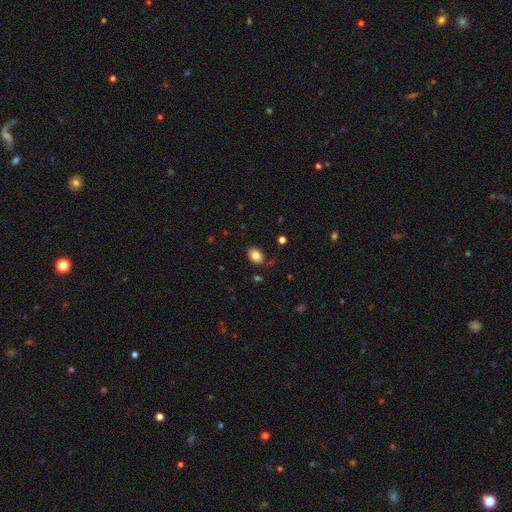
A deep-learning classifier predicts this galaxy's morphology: Smooth or featured? smooth (83%)
How rounded? in between (76%)
Merging? none (81%)